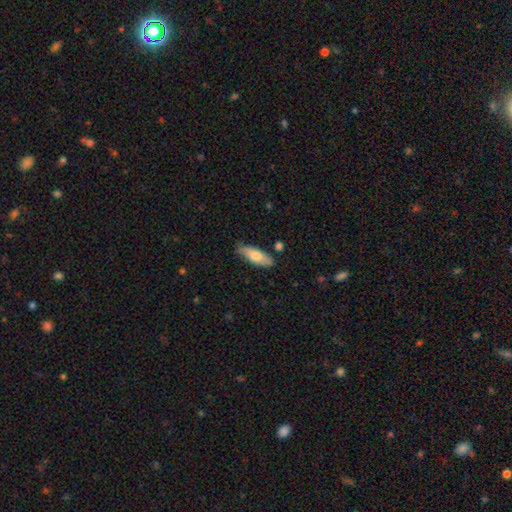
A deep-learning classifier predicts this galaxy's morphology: Smooth or featured?
  - smooth: 73% *
  - featured or disk: 21%
  - star or artifact: 6%
How rounded?
  - in between: 63% *
  - cigar-shaped: 35%
  - round: 2%
Merging?
  - none: 76% *
  - minor disturbance: 18%
  - merger: 3%
  - major disturbance: 3%